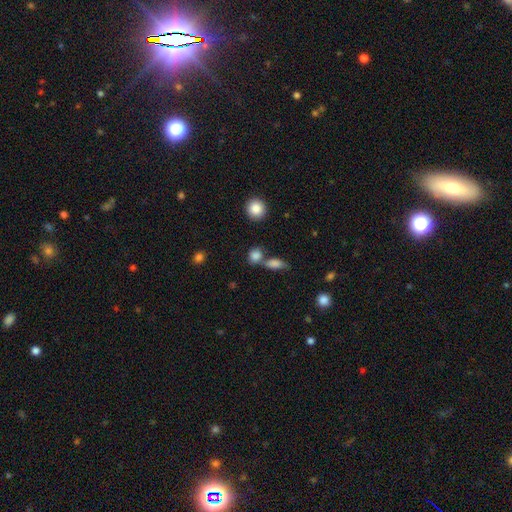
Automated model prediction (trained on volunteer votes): Q: Smooth or featured?
A: smooth (83%); runner-up: star or artifact (10%)
Q: How rounded?
A: round (54%); runner-up: in between (43%)
Q: Merging?
A: none (51%); runner-up: merger (34%)